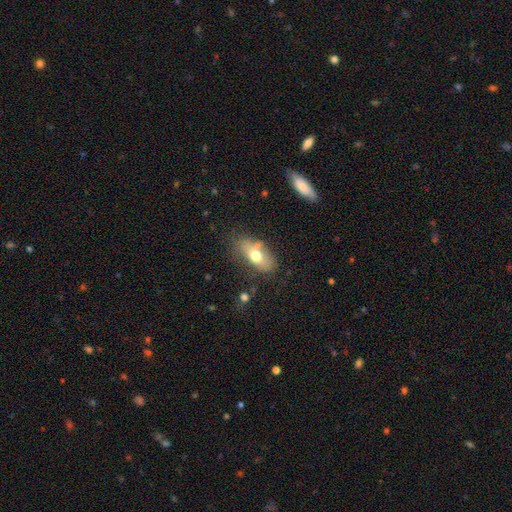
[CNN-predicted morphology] smooth_or_featured: smooth (p=0.65) [alt: featured or disk p=0.27]
how_rounded: in between (p=0.86) [alt: cigar-shaped p=0.08]
merging: none (p=0.59) [alt: minor disturbance p=0.23]